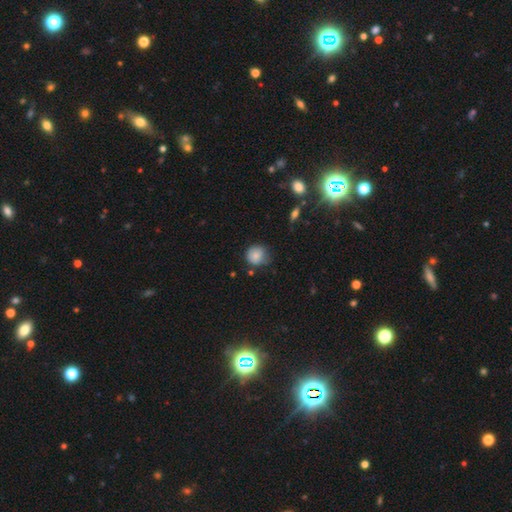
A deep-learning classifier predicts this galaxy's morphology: Smooth or featured? Predicted: smooth (p=0.81). How rounded? Predicted: round (p=0.87). Merging? Predicted: none (p=0.63).